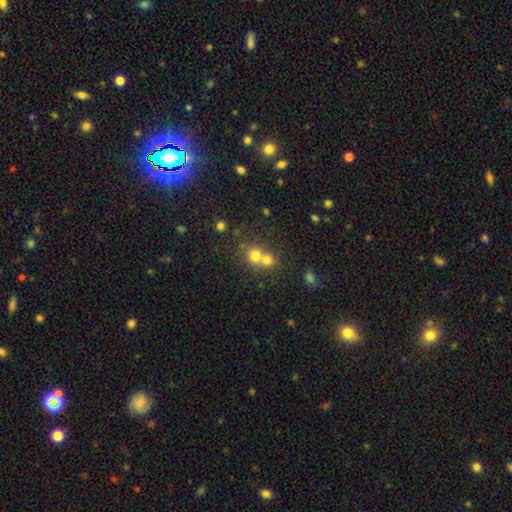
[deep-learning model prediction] This is likely a smooth galaxy (71%). How rounded: clearly round (81%). Merging: likely merger (60%).